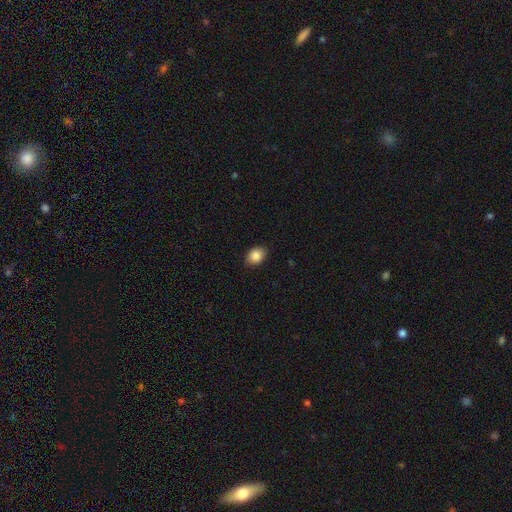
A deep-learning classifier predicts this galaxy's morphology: smooth-or-featured: smooth: 87% | star or artifact: 8% | featured or disk: 5%
  how-rounded: in between: 70% | round: 29% | cigar-shaped: 1%
  merging: none: 86% | minor disturbance: 11% | major disturbance: 2% | merger: 1%